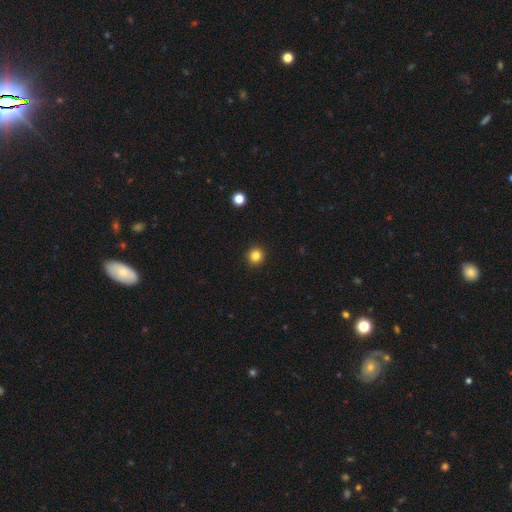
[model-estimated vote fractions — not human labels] Smooth or featured? smooth (83%)
How rounded? round (94%)
Merging? none (93%)